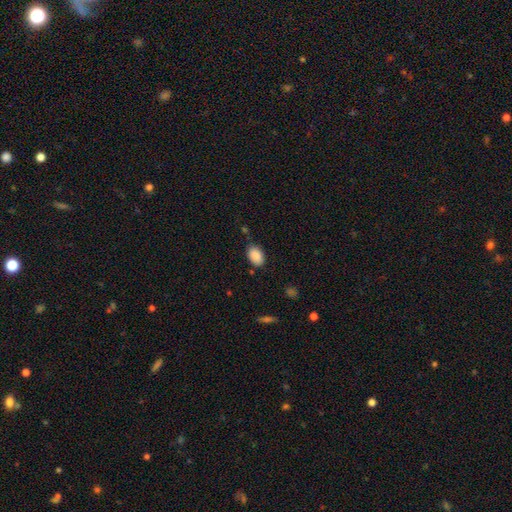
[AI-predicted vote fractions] Smooth or featured? smooth (89%)
How rounded? in between (89%)
Merging? none (79%)